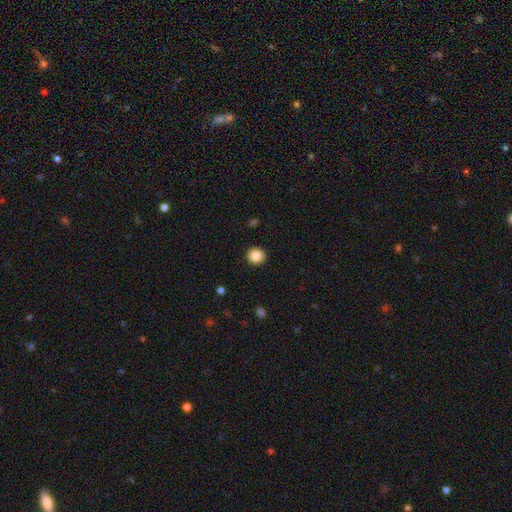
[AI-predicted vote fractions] Smooth or featured: smooth — 86% (star or artifact — 9%)
How rounded: round — 93% (in between — 6%)
Merging: none — 93% (minor disturbance — 5%)